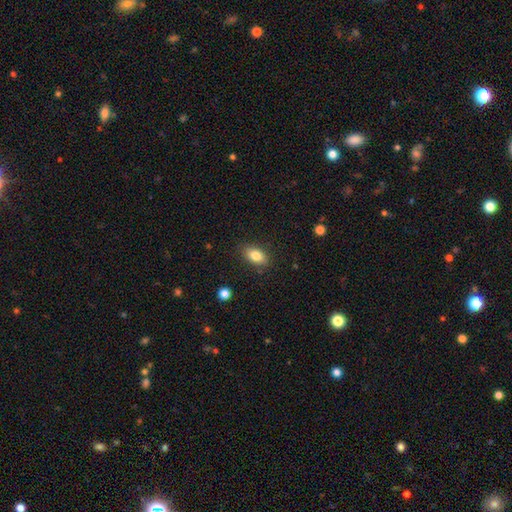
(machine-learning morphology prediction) smooth-or-featured: smooth: 83% | featured or disk: 9% | star or artifact: 8%
  how-rounded: in between: 88% | round: 9% | cigar-shaped: 3%
  merging: none: 86% | minor disturbance: 11% | major disturbance: 3% | merger: 1%